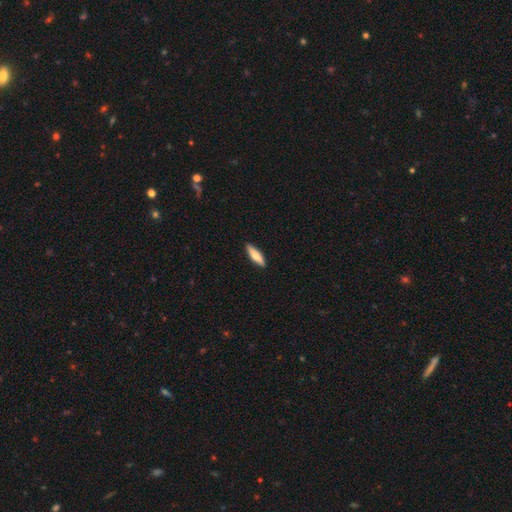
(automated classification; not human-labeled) smooth_or_featured: smooth (p=0.72) [alt: featured or disk p=0.22]
how_rounded: cigar-shaped (p=0.68) [alt: in between p=0.31]
merging: none (p=0.90) [alt: minor disturbance p=0.08]